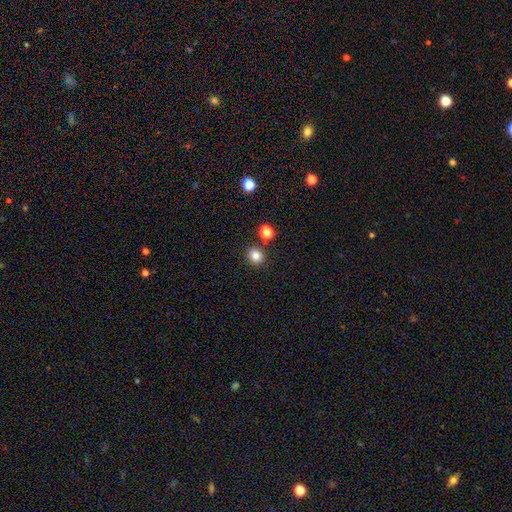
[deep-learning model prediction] This appears to be a smooth galaxy with no disk features (83%) that is round (81%). Merging: none (83%).